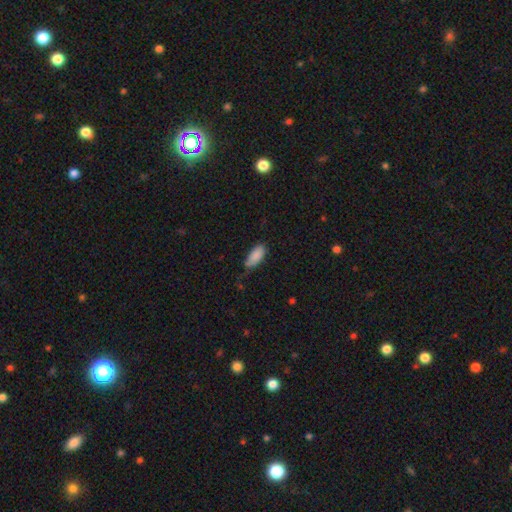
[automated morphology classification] Overall: smooth (88%). How rounded: in between (88%). Merging: none (59%; minor disturbance 34%).